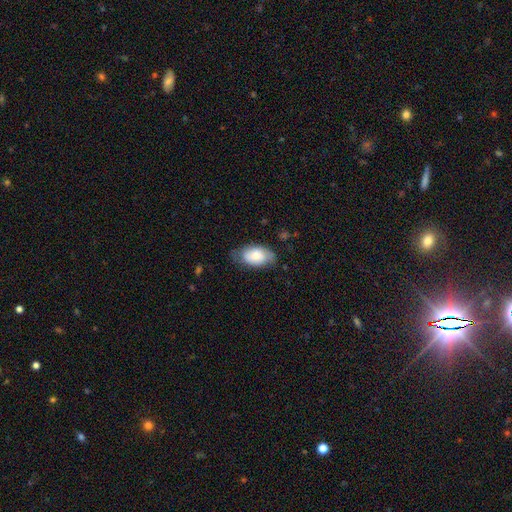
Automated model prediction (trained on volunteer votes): Smooth or featured: smooth — 70% (featured or disk — 23%)
How rounded: in between — 94% (round — 5%)
Merging: none — 65% (minor disturbance — 27%)